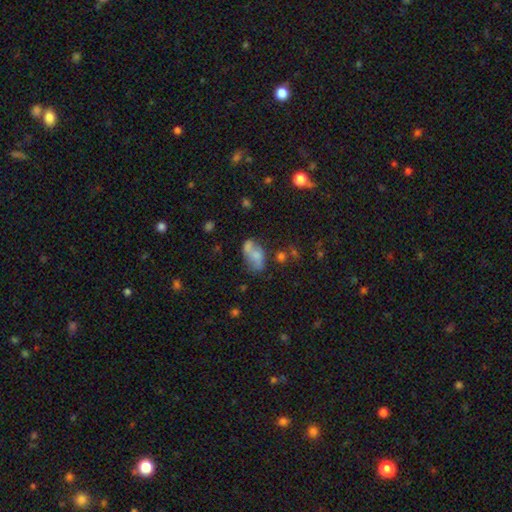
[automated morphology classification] smooth 57%, featured or disk 30%, star or artifact 12%. Down the decision tree: how rounded — in between (86%); merging — merger (32%, tied with none).